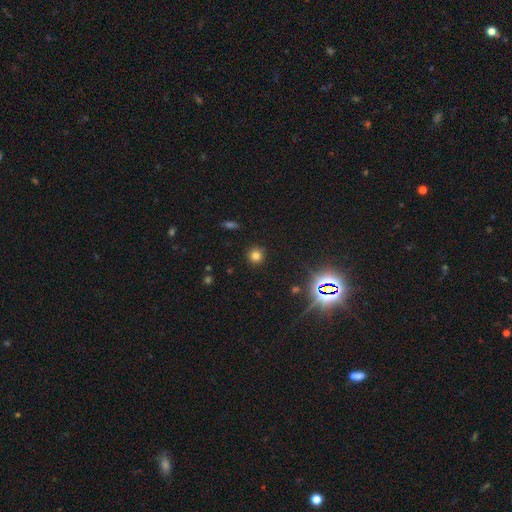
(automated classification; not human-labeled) Smooth or featured: smooth — 75% (star or artifact — 19%)
How rounded: round — 93% (in between — 5%)
Merging: none — 91% (minor disturbance — 6%)